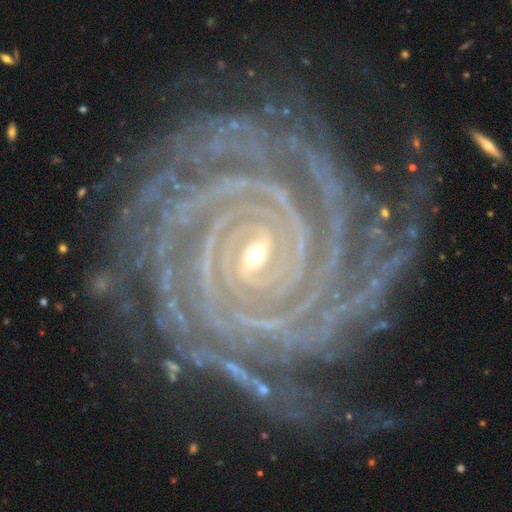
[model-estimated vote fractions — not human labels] The model was most divided on "spiral arm count": more than 4: 24%, 4: 21%, 2: 17%, 3: 15%, can't tell: 14%, 1: 10%. Remaining: spiral arms — yes (99%); edge-on disk — no (98%); smooth or featured — featured or disk (94%); spiral winding — tight (90%); merging — none (77%); bulge size — small (71%); bar — weak (39%).